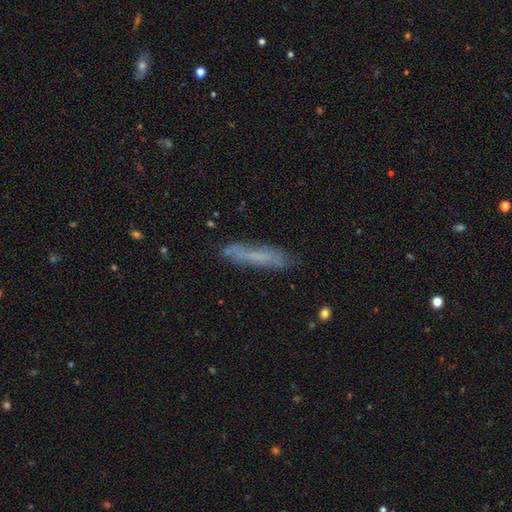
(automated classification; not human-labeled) Morphology: type=smooth (57%); roundness=cigar-shaped (89%); merging=none (81%).